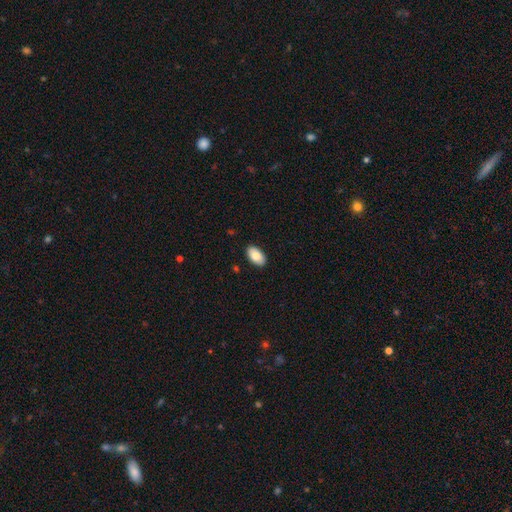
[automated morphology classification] smooth_or_featured: smooth (p=0.82) [alt: featured or disk p=0.11]
how_rounded: in between (p=0.95) [alt: round p=0.04]
merging: none (p=0.90) [alt: minor disturbance p=0.08]